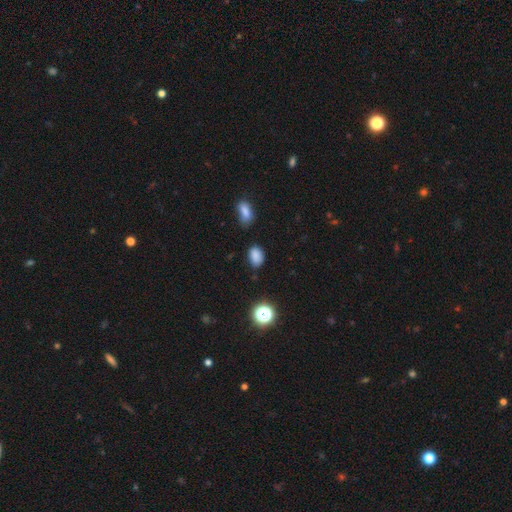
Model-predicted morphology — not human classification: This appears to be a smooth galaxy with no disk features (83%) that is in between round and cigar-shaped (83%). Merging: none (74%).